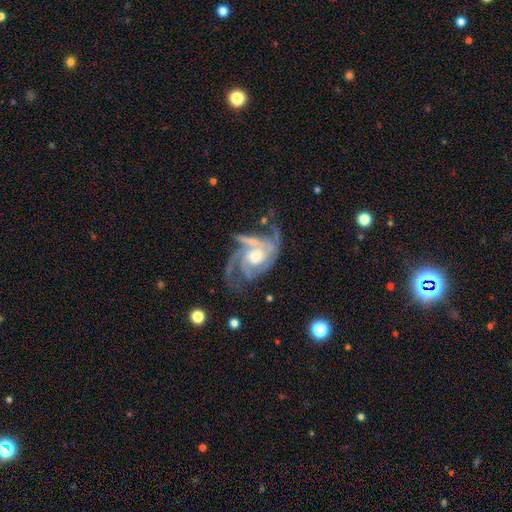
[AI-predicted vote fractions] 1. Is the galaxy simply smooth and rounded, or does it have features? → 90% featured or disk, 5% star or artifact, 5% smooth.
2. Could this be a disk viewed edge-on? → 97% no, 3% yes.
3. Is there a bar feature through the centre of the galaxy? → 55% no, 34% weak, 11% strong.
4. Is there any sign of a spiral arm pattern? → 97% yes, 3% no.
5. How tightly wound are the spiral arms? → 46% tight, 44% medium, 11% loose.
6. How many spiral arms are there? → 39% 3, 23% 2, 14% can't tell, 12% 4, 6% 1, 6% more than 4.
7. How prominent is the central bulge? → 64% moderate, 17% small, 14% large, 3% none, 1% dominant.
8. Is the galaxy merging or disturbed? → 43% none, 25% major disturbance, 20% minor disturbance, 12% merger.